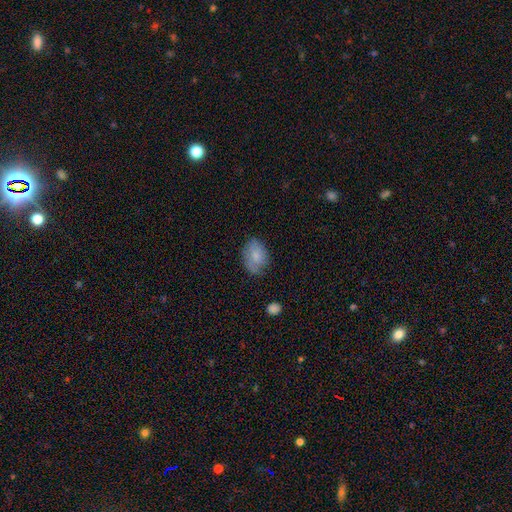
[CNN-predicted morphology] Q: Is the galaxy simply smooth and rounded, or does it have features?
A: smooth — 79%.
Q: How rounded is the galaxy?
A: in between — 82%.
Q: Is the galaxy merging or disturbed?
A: none — 69%.